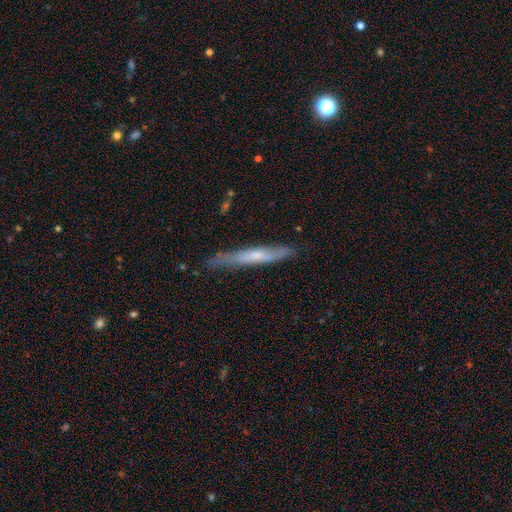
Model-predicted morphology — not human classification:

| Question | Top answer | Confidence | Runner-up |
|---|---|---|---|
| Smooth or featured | featured or disk | 49% | smooth (45%) |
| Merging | none | 75% | minor disturbance (19%) |